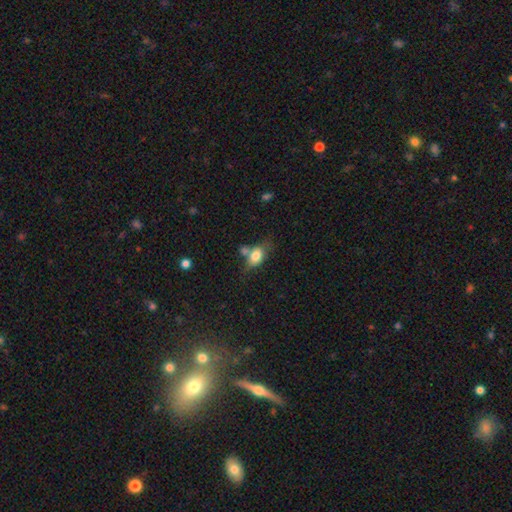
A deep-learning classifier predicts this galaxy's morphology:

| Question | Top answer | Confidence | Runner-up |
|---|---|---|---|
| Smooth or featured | smooth | 77% | featured or disk (15%) |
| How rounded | in between | 81% | round (14%) |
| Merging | none | 45% | merger (27%) |